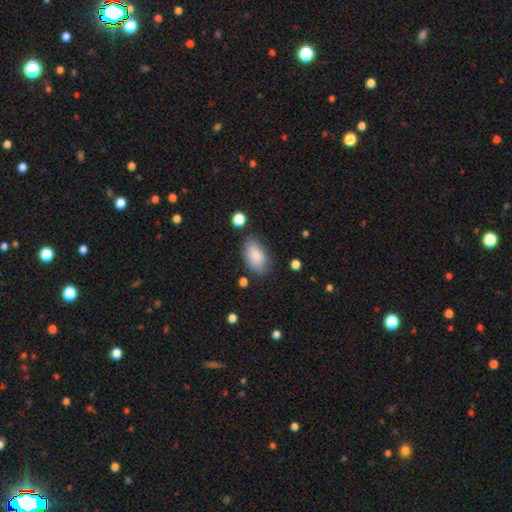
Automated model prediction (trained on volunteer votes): The model was most divided on "merging": none: 75%, minor disturbance: 18%, major disturbance: 4%, merger: 3%. More confident: how rounded — in between (93%); smooth or featured — smooth (83%).